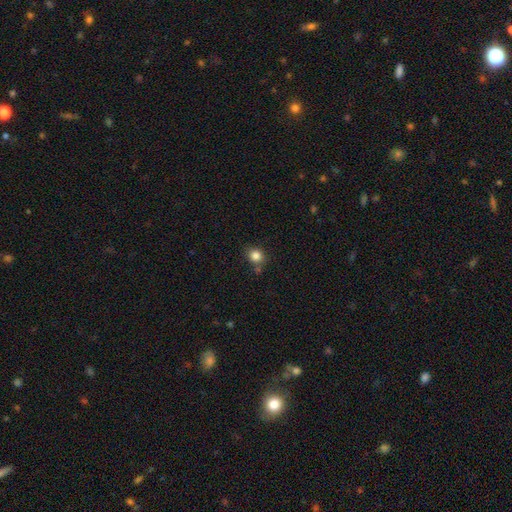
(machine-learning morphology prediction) Smooth or featured?
  - smooth: 83% *
  - star or artifact: 12%
  - featured or disk: 5%
How rounded?
  - round: 79% *
  - in between: 20%
  - cigar-shaped: 1%
Merging?
  - none: 72% *
  - minor disturbance: 15%
  - merger: 9%
  - major disturbance: 4%